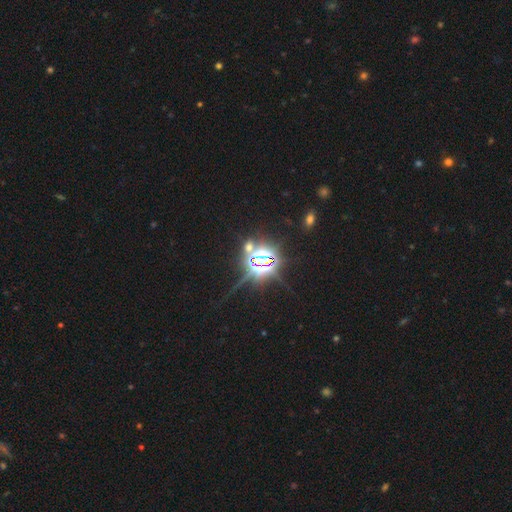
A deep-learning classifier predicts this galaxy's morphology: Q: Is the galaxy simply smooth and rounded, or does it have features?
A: star or artifact — 82%.